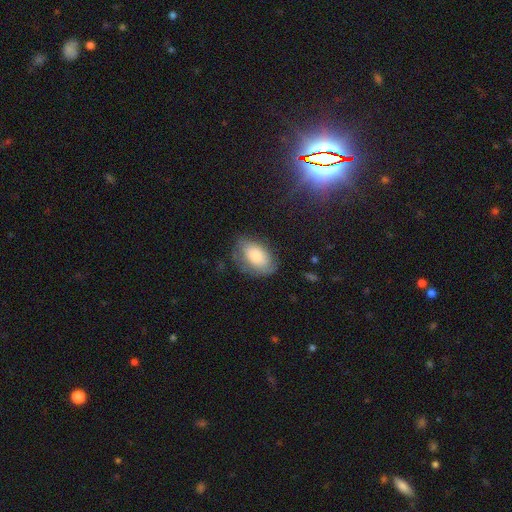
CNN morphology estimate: smooth_or_featured: smooth (p=0.70) [alt: featured or disk p=0.22]
how_rounded: in between (p=0.90) [alt: round p=0.08]
merging: none (p=0.66) [alt: minor disturbance p=0.24]